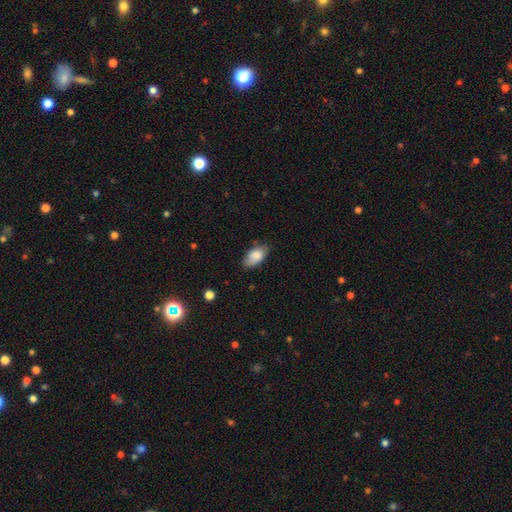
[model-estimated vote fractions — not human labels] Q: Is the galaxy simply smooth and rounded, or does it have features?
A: smooth — 83%.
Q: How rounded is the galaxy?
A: in between — 94%.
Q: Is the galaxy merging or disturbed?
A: none — 71%.